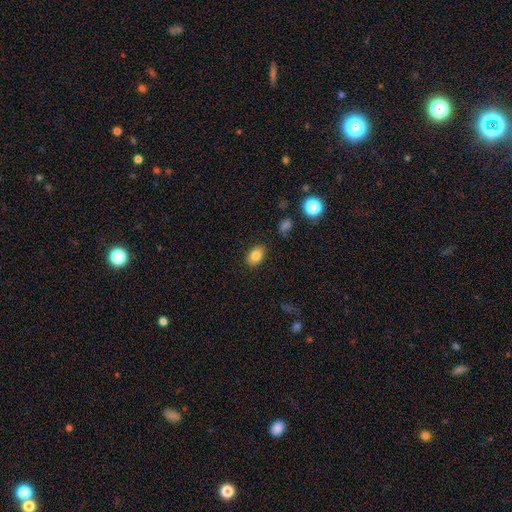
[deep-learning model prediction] Smooth or featured?
  - smooth: 83% *
  - star or artifact: 9%
  - featured or disk: 7%
How rounded?
  - in between: 76% *
  - round: 23%
  - cigar-shaped: 1%
Merging?
  - none: 86% *
  - minor disturbance: 10%
  - major disturbance: 3%
  - merger: 1%